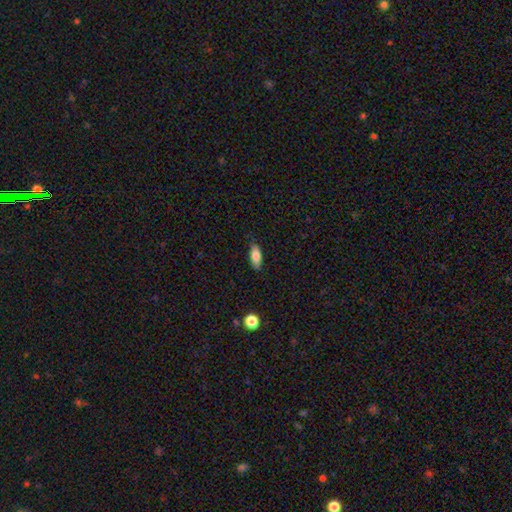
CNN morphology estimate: smooth-or-featured: smooth: 81% | featured or disk: 12% | star or artifact: 7%
  how-rounded: in between: 77% | cigar-shaped: 21% | round: 3%
  merging: none: 79% | minor disturbance: 17% | major disturbance: 3% | merger: 1%